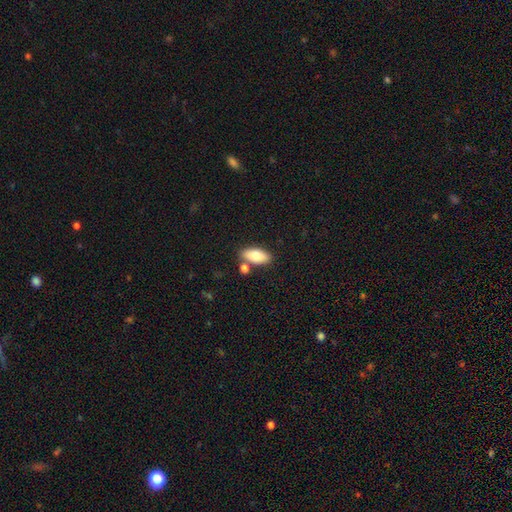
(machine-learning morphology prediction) This appears to be a smooth galaxy with no disk features (81%) that is in between round and cigar-shaped (84%). Merging: none (75%).